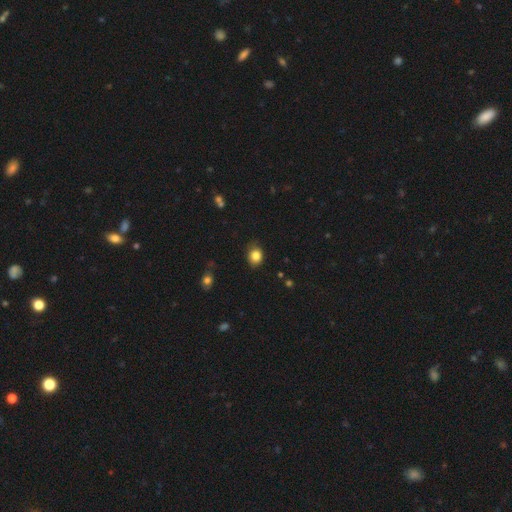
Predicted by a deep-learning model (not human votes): Smooth or featured? Predicted: smooth (p=0.84). How rounded? Predicted: round (p=0.54). Merging? Predicted: none (p=0.81).